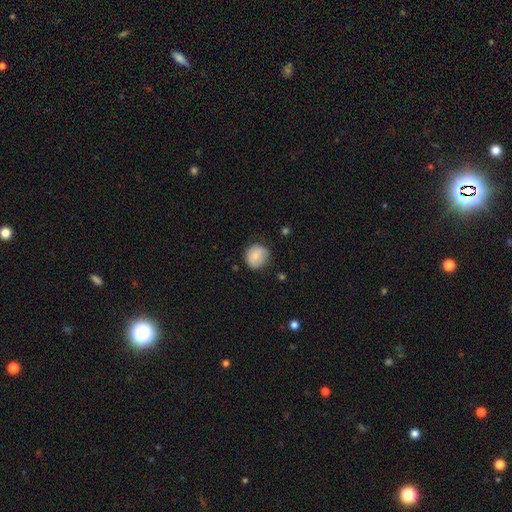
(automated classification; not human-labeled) smooth_or_featured: smooth (p=0.79) [alt: featured or disk p=0.14]
how_rounded: round (p=0.87) [alt: in between p=0.12]
merging: none (p=0.74) [alt: minor disturbance p=0.20]